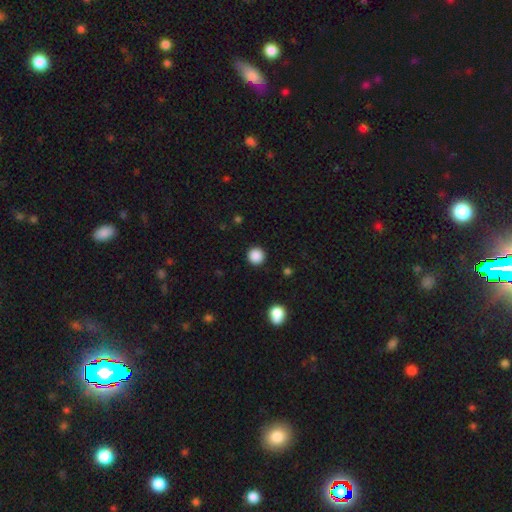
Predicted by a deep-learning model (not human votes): This is clearly a smooth galaxy (87%). How rounded: clearly round (95%). Merging: clearly none (92%).